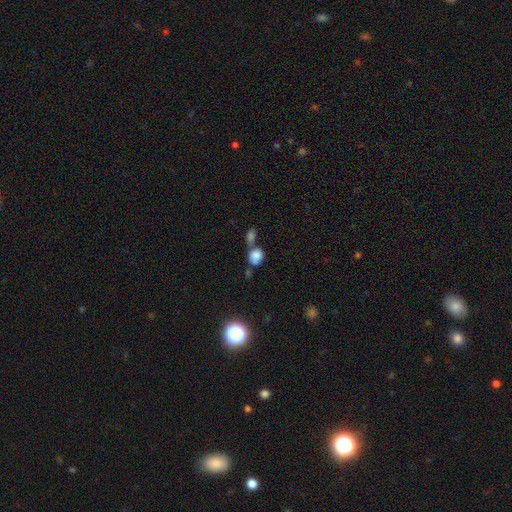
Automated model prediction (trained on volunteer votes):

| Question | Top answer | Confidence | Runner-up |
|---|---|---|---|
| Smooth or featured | smooth | 79% | star or artifact (12%) |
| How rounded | round | 59% | in between (40%) |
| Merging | merger | 49% | none (34%) |